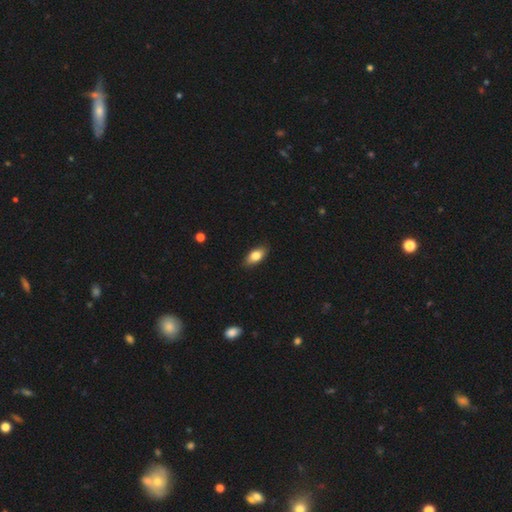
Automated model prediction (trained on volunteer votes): Smooth or featured? Predicted: smooth (p=0.79). How rounded? Predicted: in between (p=0.87). Merging? Predicted: none (p=0.86).